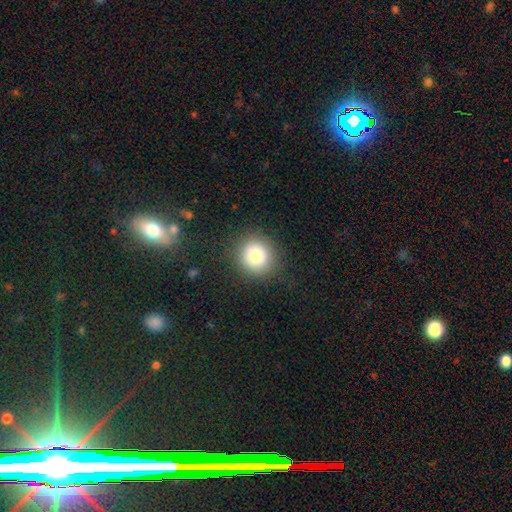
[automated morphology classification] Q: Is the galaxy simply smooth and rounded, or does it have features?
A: smooth — 80%.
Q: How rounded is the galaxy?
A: round — 91%.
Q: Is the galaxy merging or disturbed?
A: none — 87%.